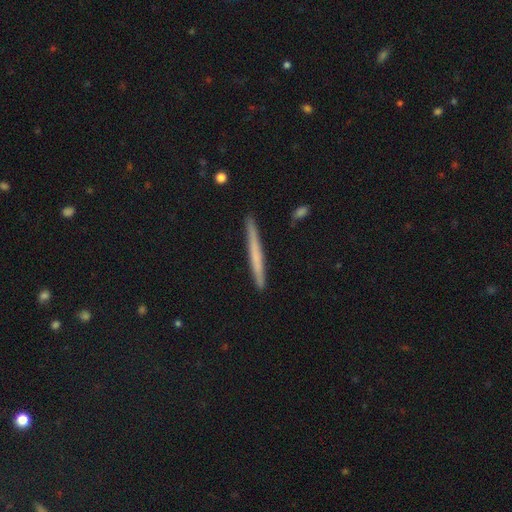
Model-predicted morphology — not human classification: type=smooth (54%); roundness=cigar-shaped (97%); merging=none (90%).